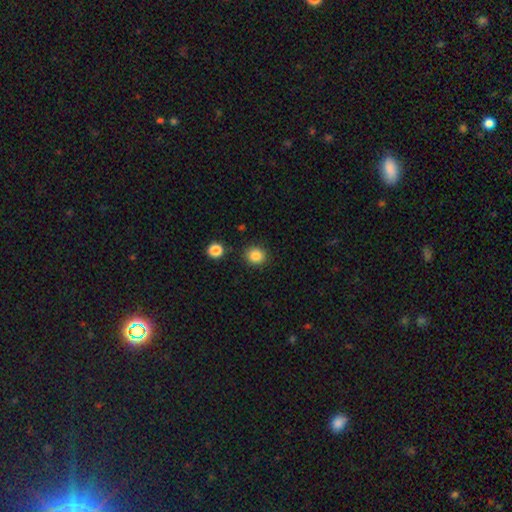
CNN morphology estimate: Smooth or featured: smooth — 86% (star or artifact — 10%)
How rounded: round — 85% (in between — 14%)
Merging: none — 88% (minor disturbance — 7%)